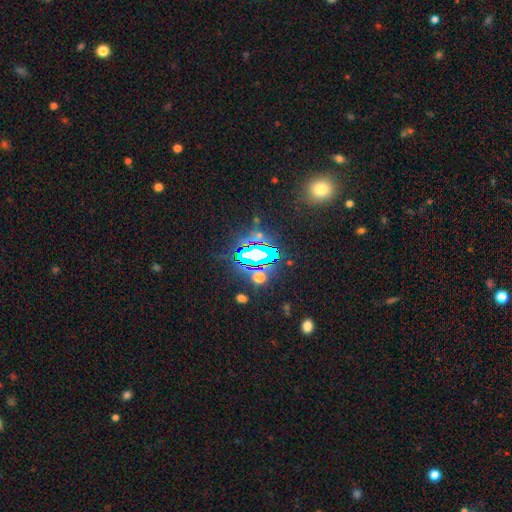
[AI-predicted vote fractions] The model was most divided on "smooth or featured": star or artifact: 72%, smooth: 16%, featured or disk: 11%.